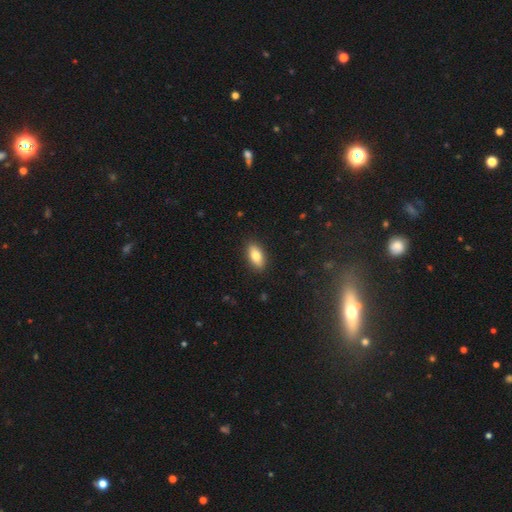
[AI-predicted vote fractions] Morphology: type=smooth (81%); roundness=in between (87%); merging=none (89%).